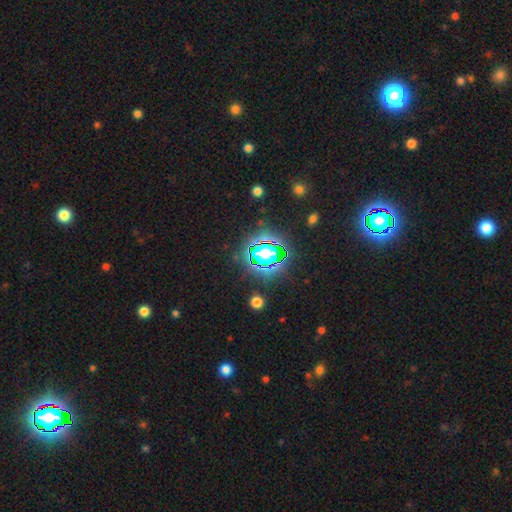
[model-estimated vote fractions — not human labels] smooth_or_featured: star or artifact (p=0.80) [alt: smooth p=0.13]